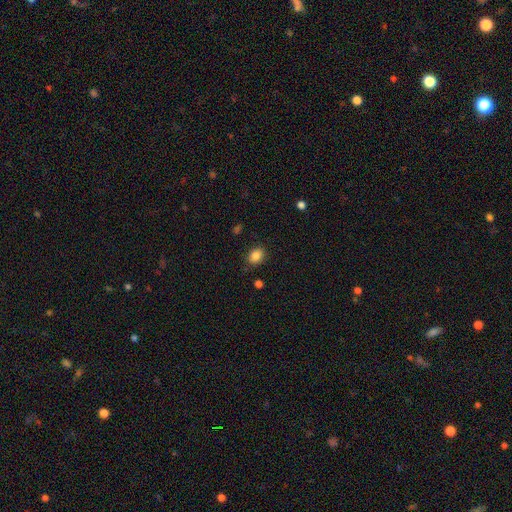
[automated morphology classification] The model was most divided on "how rounded": in between: 58%, round: 41%, cigar-shaped: 1%. More confident: smooth or featured — smooth (85%); merging — none (85%).